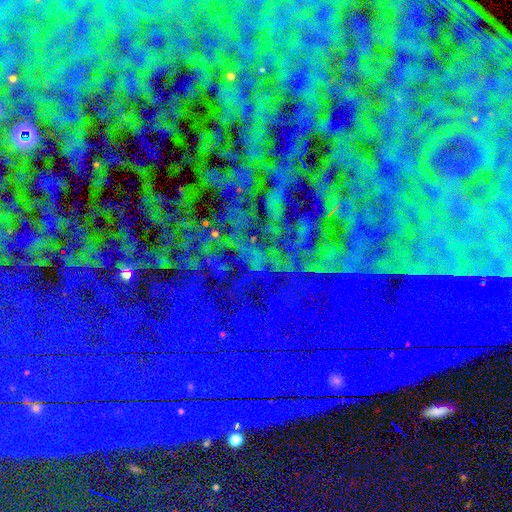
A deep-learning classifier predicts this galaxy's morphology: type=star or artifact (84%).